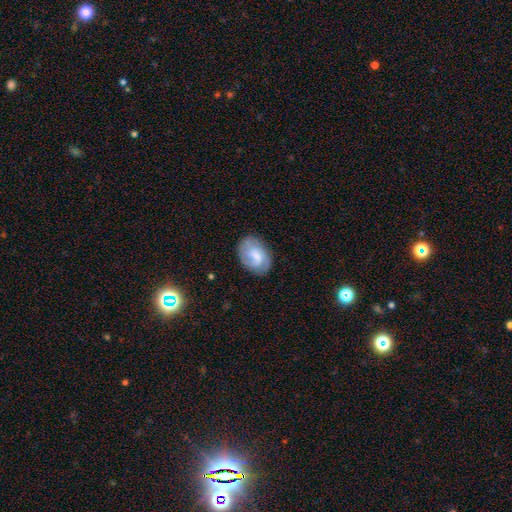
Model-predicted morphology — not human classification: The model was most divided on "smooth or featured": smooth: 54%, featured or disk: 39%, star or artifact: 7%. More confident: how rounded — in between (82%); merging — none (73%).